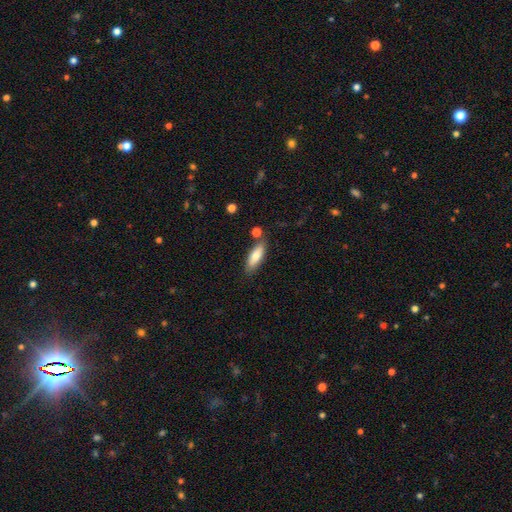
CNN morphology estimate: This appears to be a smooth galaxy with no disk features (77%) that is in between round and cigar-shaped (54%). Merging: none (77%).